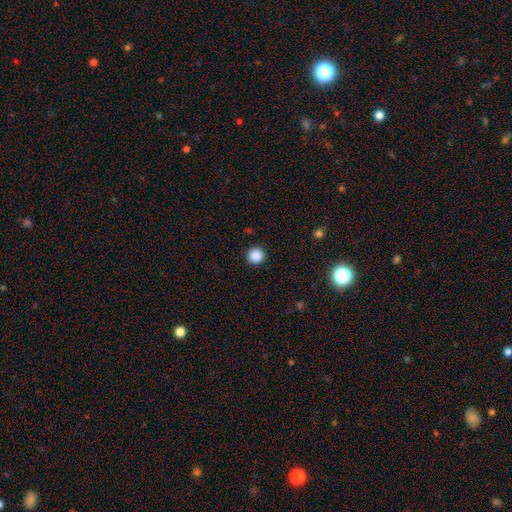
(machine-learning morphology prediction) The model was most divided on "smooth or featured": smooth: 88%, star or artifact: 10%, featured or disk: 2%. More confident: how rounded — round (95%); merging — none (93%).